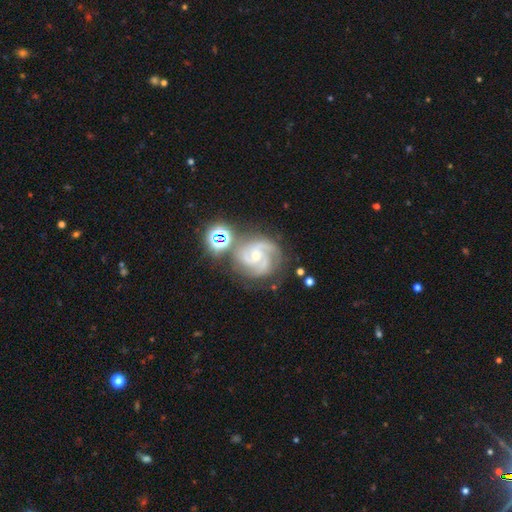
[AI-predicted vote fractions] Morphology: type=featured or disk (88%); edge-on=no (98%); bar=no (65%); spiral arms=yes (98%); winding=tight (47%); arm count=3 (57%); bulge=small (55%); merging=none (64%).